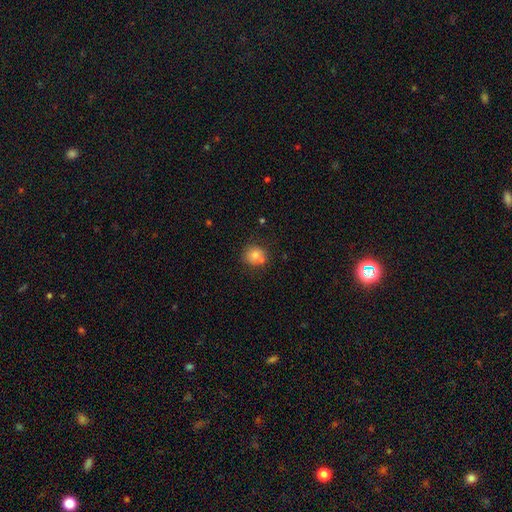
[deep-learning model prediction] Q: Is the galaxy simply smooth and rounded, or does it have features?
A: smooth — 76%.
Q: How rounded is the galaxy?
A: round — 84%.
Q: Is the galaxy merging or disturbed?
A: none — 61%.